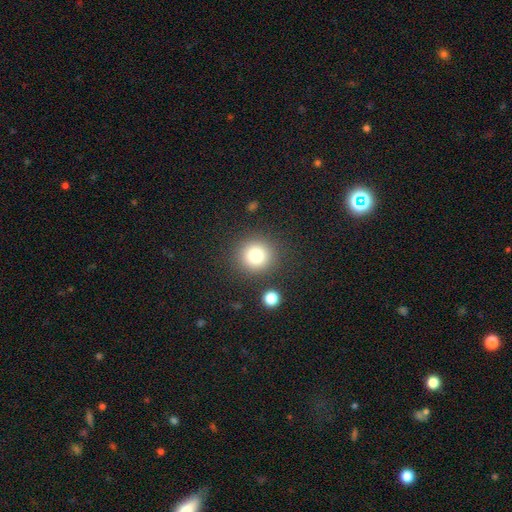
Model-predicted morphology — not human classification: Smooth or featured? Predicted: smooth (p=0.77). How rounded? Predicted: round (p=0.94). Merging? Predicted: none (p=0.87).